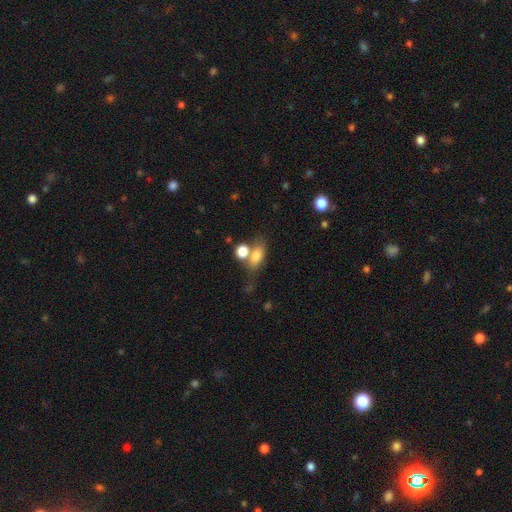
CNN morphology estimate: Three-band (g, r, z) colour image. It shows a smooth galaxy with no disk features (77%) that is in between round and cigar-shaped (73%). Merging: none (43%).